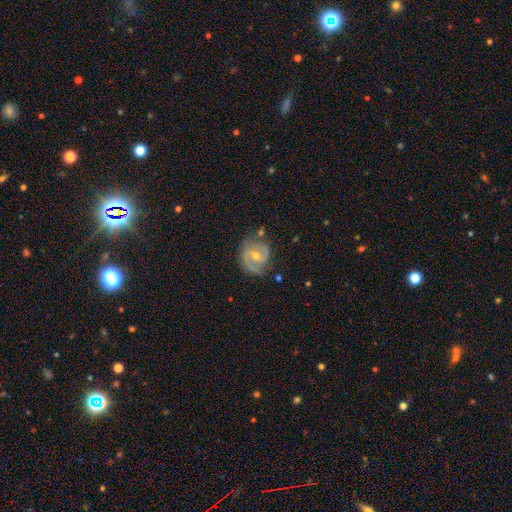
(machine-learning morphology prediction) Smooth or featured? Predicted: featured or disk (p=0.81). Edge-on disk? Predicted: no (p=0.97). Bar? Predicted: weak (p=0.45). Spiral arms? Predicted: yes (p=0.92). Spiral winding? Predicted: medium (p=0.45). Spiral arm count? Predicted: 2 (p=0.81). Bulge size? Predicted: moderate (p=0.57). Merging? Predicted: none (p=0.76).